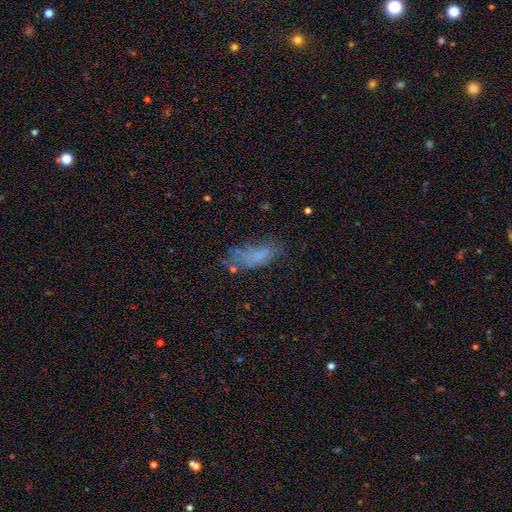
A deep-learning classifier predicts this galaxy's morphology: Smooth or featured: smooth — 65% (featured or disk — 21%)
How rounded: in between — 72% (cigar-shaped — 25%)
Merging: none — 50% (minor disturbance — 26%)